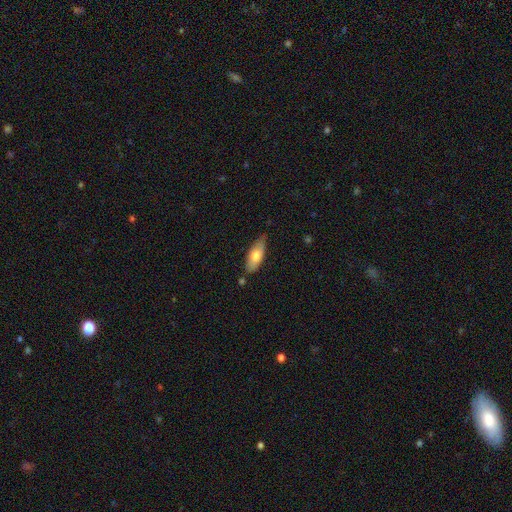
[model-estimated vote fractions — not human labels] Smooth or featured: smooth — 69% (featured or disk — 25%)
How rounded: in between — 73% (cigar-shaped — 25%)
Merging: none — 70% (minor disturbance — 23%)